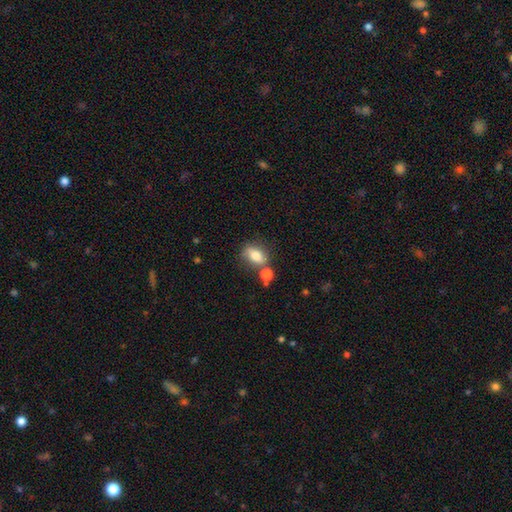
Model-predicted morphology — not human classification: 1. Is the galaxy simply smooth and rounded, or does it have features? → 75% smooth, 15% featured or disk, 10% star or artifact.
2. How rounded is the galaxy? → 75% in between, 20% round, 4% cigar-shaped.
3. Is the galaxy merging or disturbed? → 60% none, 17% minor disturbance, 17% merger, 6% major disturbance.